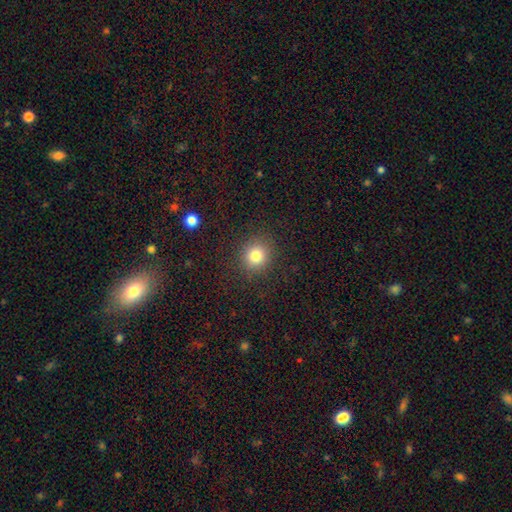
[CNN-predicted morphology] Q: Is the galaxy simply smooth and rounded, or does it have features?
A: smooth — 80%.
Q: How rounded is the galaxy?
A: round — 85%.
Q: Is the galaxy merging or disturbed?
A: none — 89%.